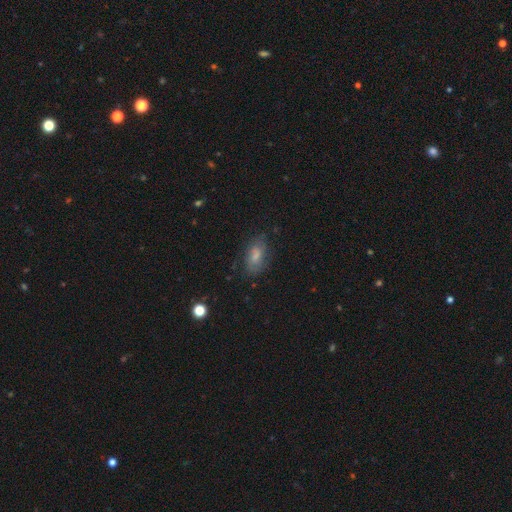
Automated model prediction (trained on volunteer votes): Morphology: type=smooth (65%); roundness=in between (89%); merging=none (69%).